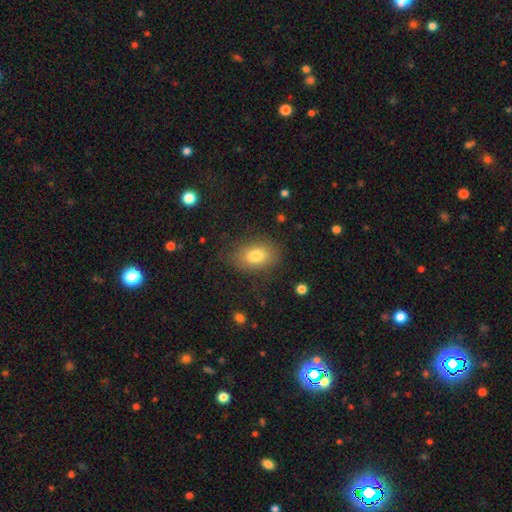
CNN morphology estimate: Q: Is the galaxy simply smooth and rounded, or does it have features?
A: smooth — 78%.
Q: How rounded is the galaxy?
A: in between — 82%.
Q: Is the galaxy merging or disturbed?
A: none — 79%.